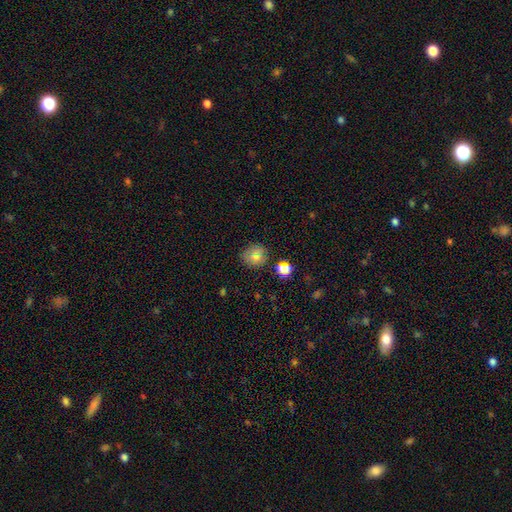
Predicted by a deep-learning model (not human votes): smooth_or_featured: smooth (p=0.72) [alt: star or artifact p=0.15]
how_rounded: round (p=0.80) [alt: in between p=0.19]
merging: none (p=0.76) [alt: minor disturbance p=0.15]